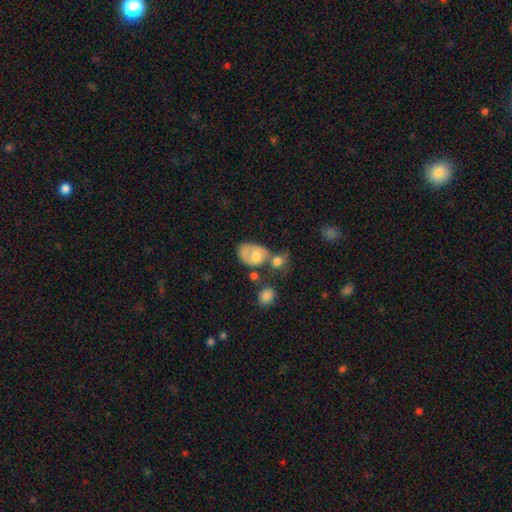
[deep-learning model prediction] This is possibly a smooth galaxy (55%). How rounded: likely in between (73%). Merging: marginally merger (38%).